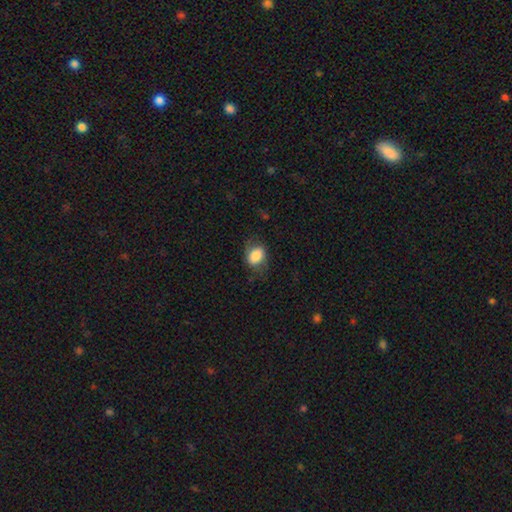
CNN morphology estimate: This is likely a smooth galaxy (77%). How rounded: likely in between (69%). Merging: likely none (63%).